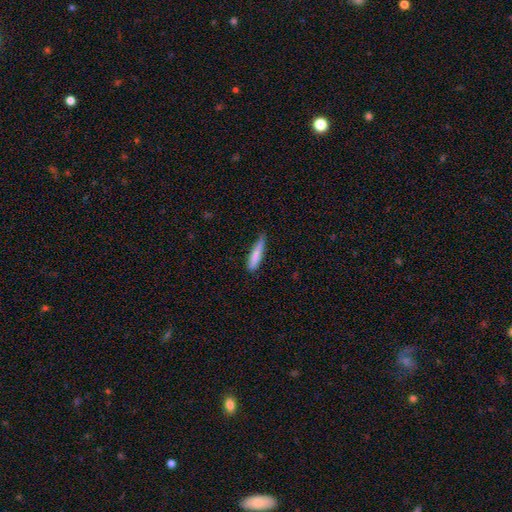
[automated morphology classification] Q: Smooth or featured?
A: smooth (80%); runner-up: featured or disk (14%)
Q: How rounded?
A: cigar-shaped (84%); runner-up: in between (14%)
Q: Merging?
A: none (59%); runner-up: minor disturbance (34%)